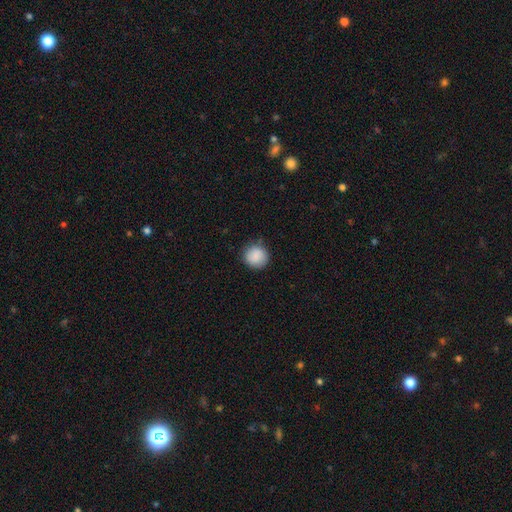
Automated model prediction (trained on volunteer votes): Overall: smooth (87%). How rounded: round (91%). Merging: none (85%).